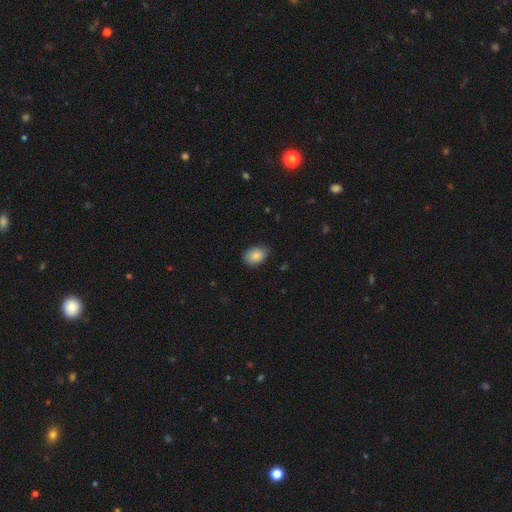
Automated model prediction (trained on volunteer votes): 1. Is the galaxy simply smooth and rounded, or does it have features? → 88% smooth, 7% star or artifact, 5% featured or disk.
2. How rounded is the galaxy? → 77% in between, 22% round, 1% cigar-shaped.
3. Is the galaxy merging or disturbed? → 81% none, 15% minor disturbance, 3% major disturbance, 1% merger.